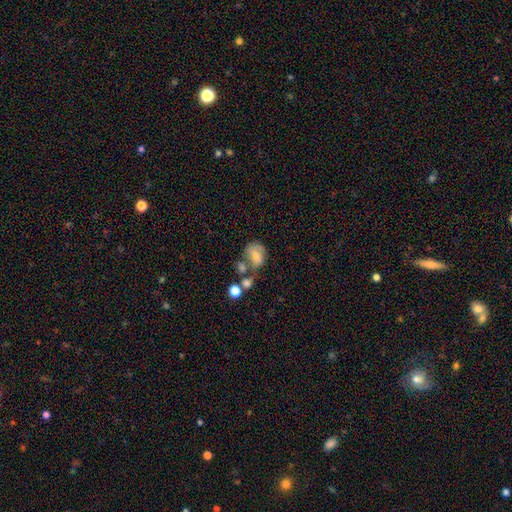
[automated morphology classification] smooth 63%, featured or disk 26%, star or artifact 10%. Down the decision tree: how rounded — in between (52%); merging — none (34%).